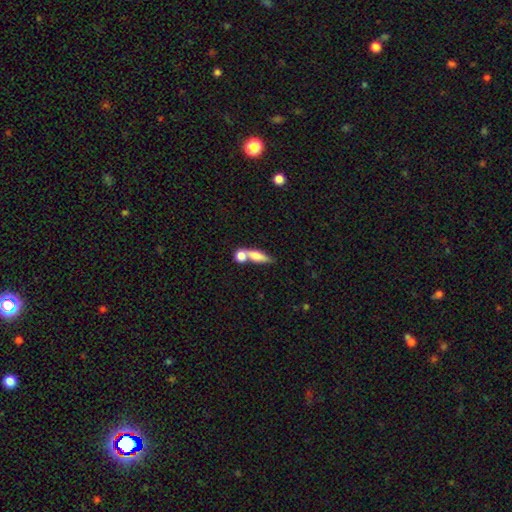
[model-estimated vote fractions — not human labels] Overall: smooth (69%). How rounded: in between (47%; cigar-shaped 41%). Merging: merger (51%; none 34%).